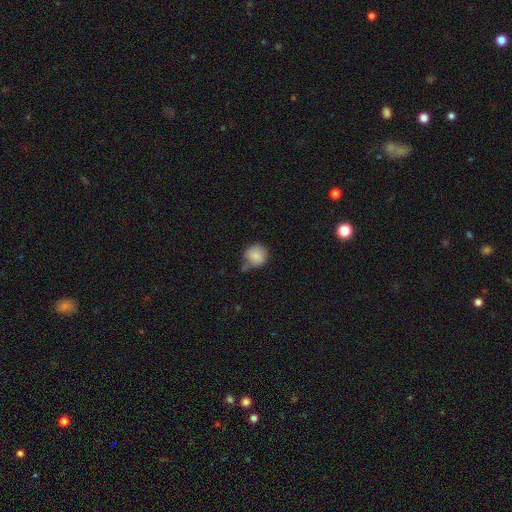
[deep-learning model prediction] Q: Smooth or featured?
A: smooth (85%); runner-up: star or artifact (8%)
Q: How rounded?
A: round (85%); runner-up: in between (14%)
Q: Merging?
A: none (50%); runner-up: minor disturbance (32%)